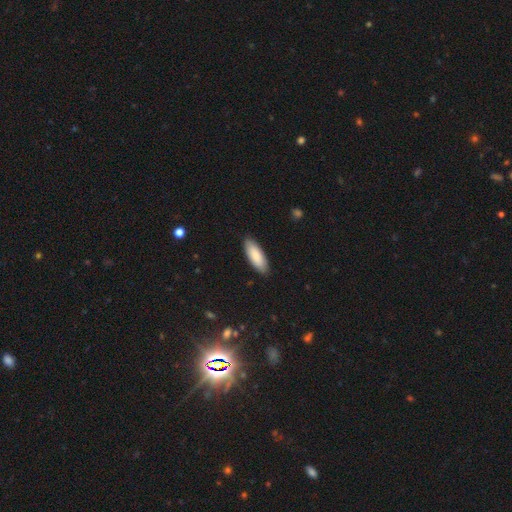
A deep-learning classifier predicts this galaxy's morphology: This appears to be a smooth galaxy with no disk features (86%) that is in between round and cigar-shaped (71%). Merging: none (88%).